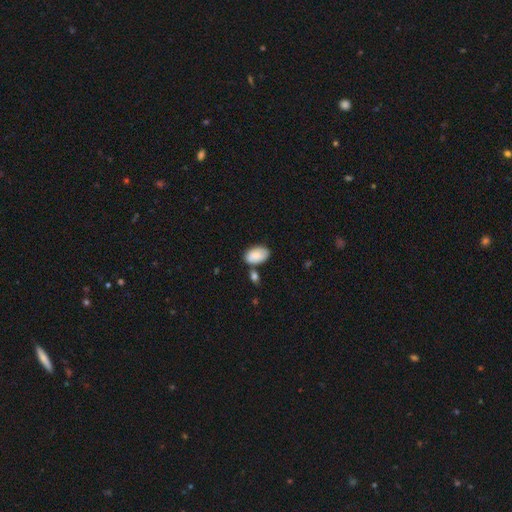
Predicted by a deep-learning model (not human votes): smooth_or_featured: smooth (p=0.86) [alt: featured or disk p=0.08]
how_rounded: in between (p=0.94) [alt: round p=0.04]
merging: none (p=0.58) [alt: minor disturbance p=0.19]